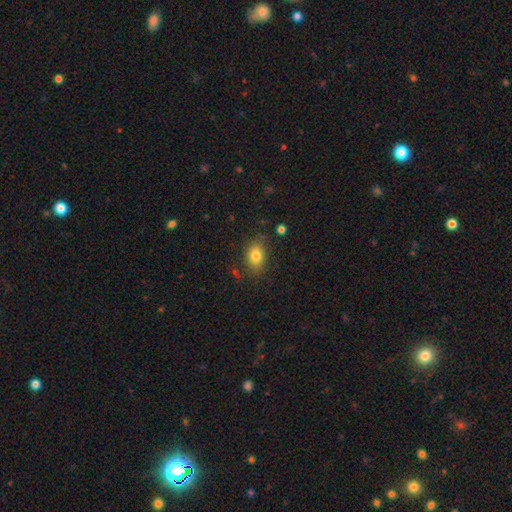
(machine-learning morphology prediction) smooth_or_featured: smooth (p=0.82) [alt: star or artifact p=0.10]
how_rounded: in between (p=0.78) [alt: round p=0.20]
merging: none (p=0.80) [alt: minor disturbance p=0.13]